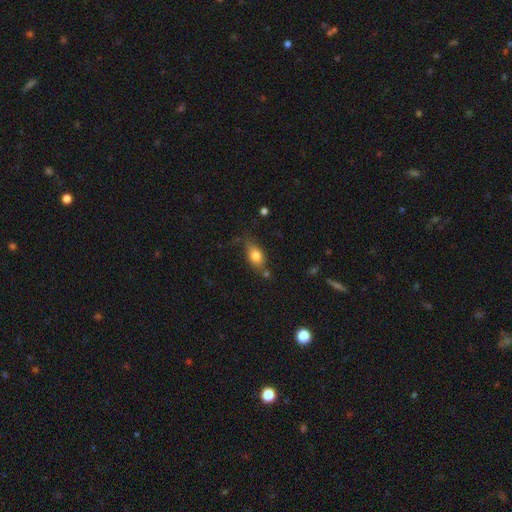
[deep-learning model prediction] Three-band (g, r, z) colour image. It shows a smooth galaxy with no disk features (77%) that is in between round and cigar-shaped (82%). Merging: none (65%).